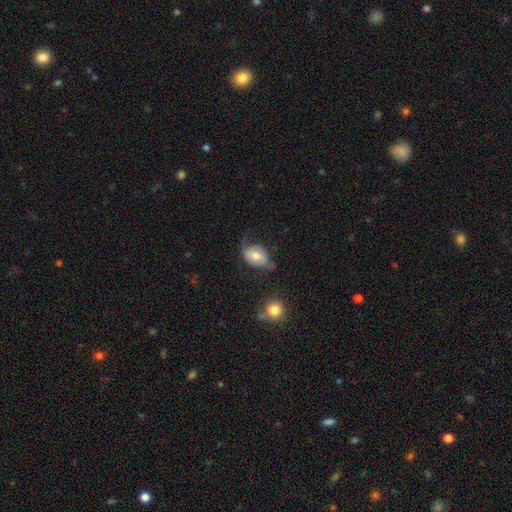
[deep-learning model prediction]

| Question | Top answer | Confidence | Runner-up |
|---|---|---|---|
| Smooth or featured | smooth | 60% | featured or disk (32%) |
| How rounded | in between | 82% | round (16%) |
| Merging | none | 38% | minor disturbance (35%) |